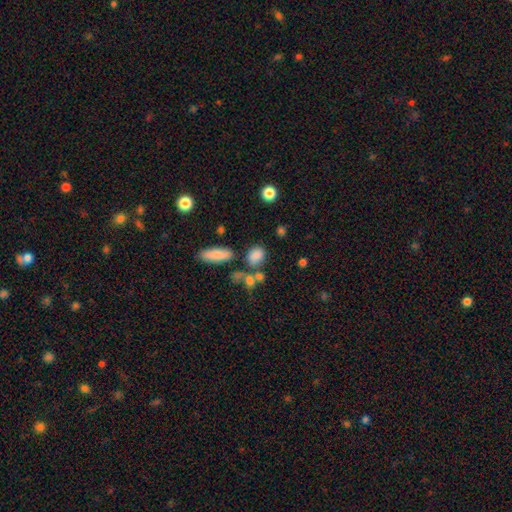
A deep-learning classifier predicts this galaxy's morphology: The model was most divided on "how rounded": in between: 52%, round: 45%, cigar-shaped: 3%. More confident: smooth or featured — smooth (82%); merging — none (66%).